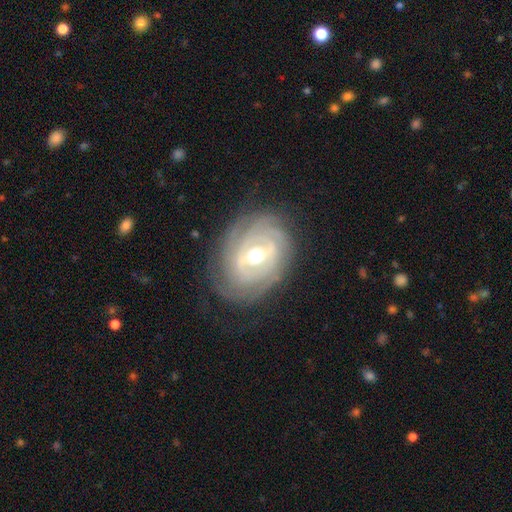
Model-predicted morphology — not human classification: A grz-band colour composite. It shows a featured or disk galaxy (86%) with a weak bar (46%), tight (77%) spiral arms (92%) and a moderate central bulge (70%). Merging: none (78%).